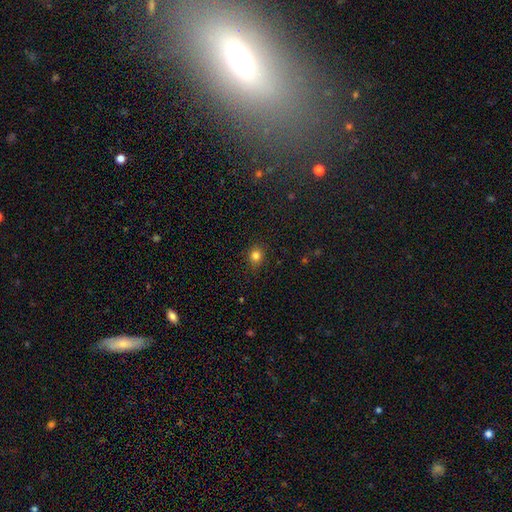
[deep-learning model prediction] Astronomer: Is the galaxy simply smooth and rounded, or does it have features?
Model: smooth — 81%.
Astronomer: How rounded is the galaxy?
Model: round — 73%.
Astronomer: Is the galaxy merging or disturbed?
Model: none — 86%.